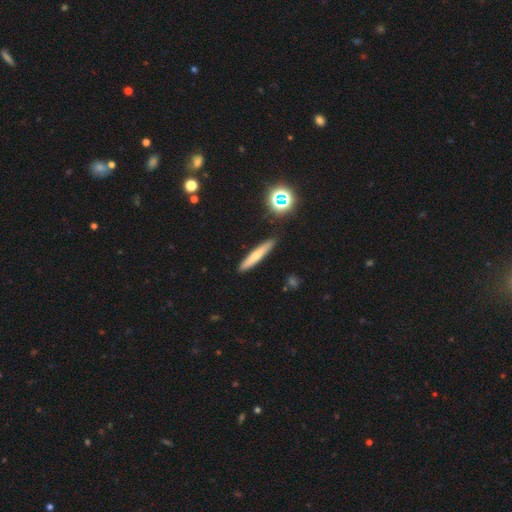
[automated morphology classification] The model was most divided on "smooth or featured": smooth: 61%, featured or disk: 30%, star or artifact: 9%. More confident: how rounded — cigar-shaped (92%); merging — none (89%).